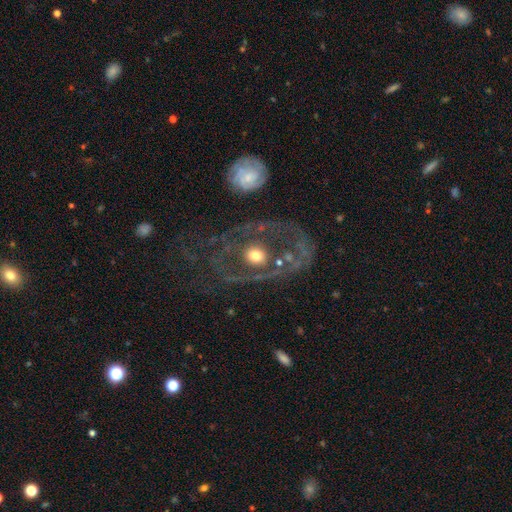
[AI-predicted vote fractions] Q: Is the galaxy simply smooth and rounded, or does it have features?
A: featured or disk — 60%.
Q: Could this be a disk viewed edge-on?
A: no — 94%.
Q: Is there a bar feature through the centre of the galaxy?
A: no — 85%.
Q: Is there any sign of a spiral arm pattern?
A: no — 65%.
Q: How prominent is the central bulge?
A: moderate — 59%.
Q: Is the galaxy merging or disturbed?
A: none — 59%.